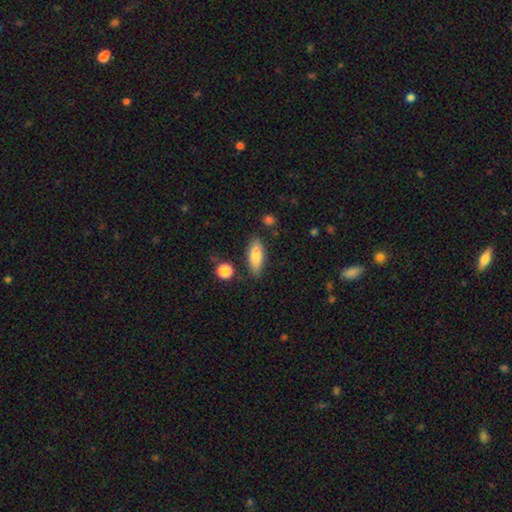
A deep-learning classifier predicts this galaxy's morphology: This appears to be a smooth galaxy with no disk features (80%) that is in between round and cigar-shaped (68%). Merging: none (80%).